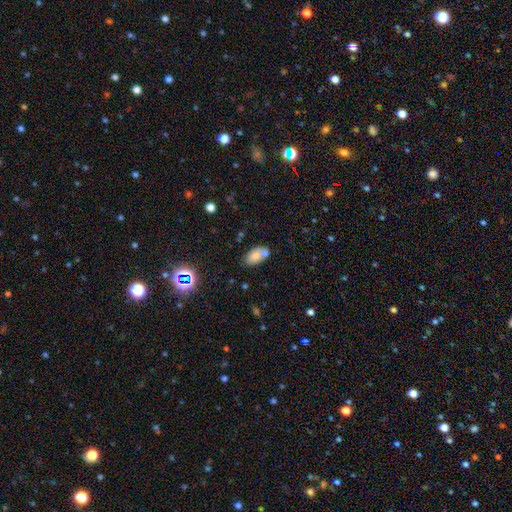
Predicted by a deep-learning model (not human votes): Overall: smooth (71%). How rounded: in between (91%). Merging: none (54%; merger 27%).